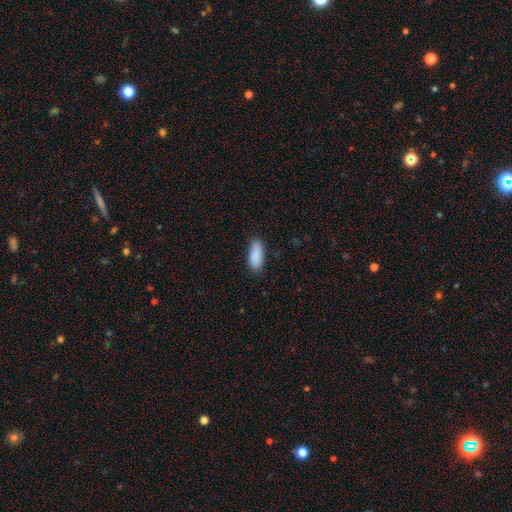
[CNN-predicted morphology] smooth 89%, star or artifact 6%, featured or disk 5%. Down the decision tree: how rounded — in between (77%); merging — none (80%).